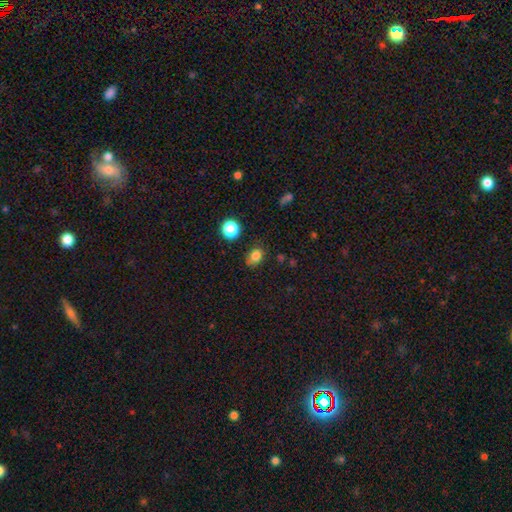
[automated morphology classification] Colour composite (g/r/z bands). It shows a smooth galaxy with no disk features (81%) that is in between round and cigar-shaped (63%). Merging: none (73%).